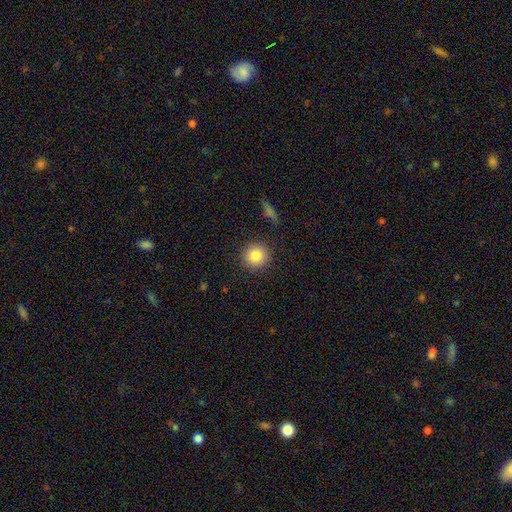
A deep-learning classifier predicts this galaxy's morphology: Q: Smooth or featured?
A: smooth (84%); runner-up: star or artifact (9%)
Q: How rounded?
A: round (93%); runner-up: in between (6%)
Q: Merging?
A: none (89%); runner-up: minor disturbance (7%)